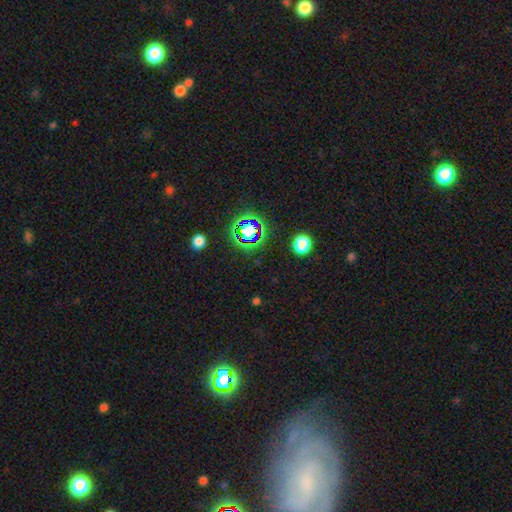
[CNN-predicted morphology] Overall: star or artifact (61%).